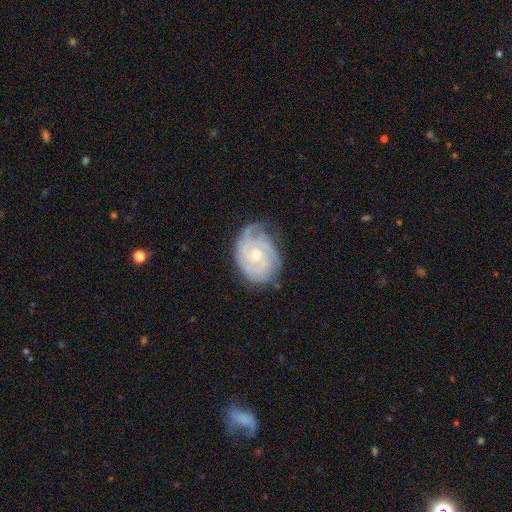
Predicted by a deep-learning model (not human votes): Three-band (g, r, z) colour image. It shows a featured or disk galaxy (87%) with no bar (73%), 3 (37%) tight (70%) spiral arms (97%) and a small central bulge (54%). Merging: none (68%).